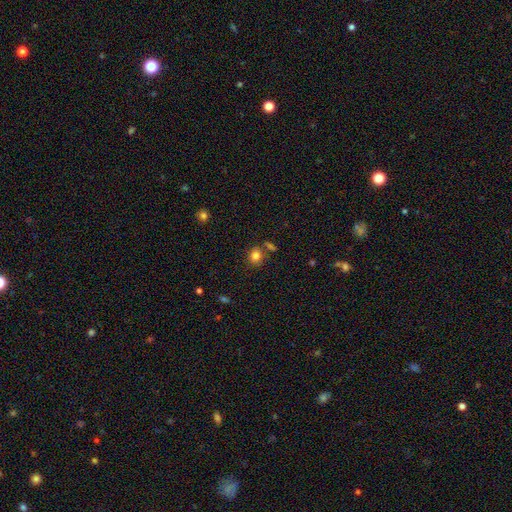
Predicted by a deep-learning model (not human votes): smooth_or_featured: smooth (p=0.82) [alt: star or artifact p=0.11]
how_rounded: round (p=0.61) [alt: in between p=0.38]
merging: none (p=0.72) [alt: minor disturbance p=0.12]